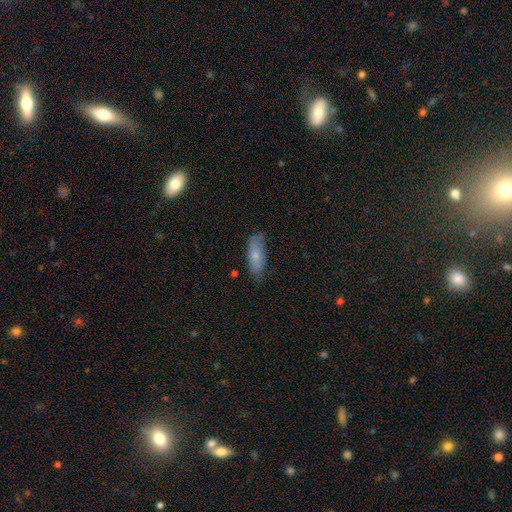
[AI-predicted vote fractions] This is likely a smooth galaxy (70%). How rounded: likely in between (75%). Merging: likely none (70%).